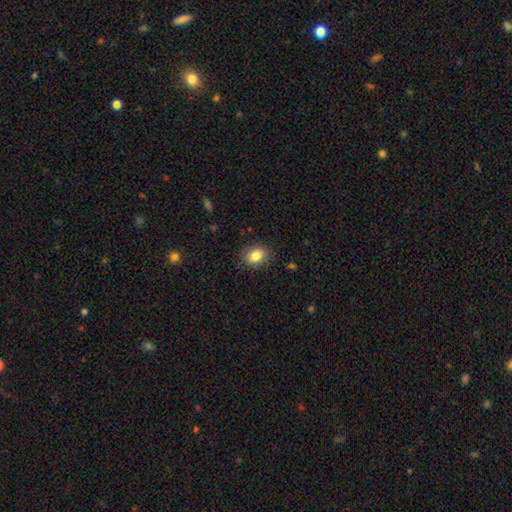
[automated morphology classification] Smooth or featured?
  - smooth: 84% *
  - star or artifact: 9%
  - featured or disk: 7%
How rounded?
  - in between: 57% *
  - round: 42%
  - cigar-shaped: 1%
Merging?
  - none: 86% *
  - minor disturbance: 10%
  - major disturbance: 3%
  - merger: 1%